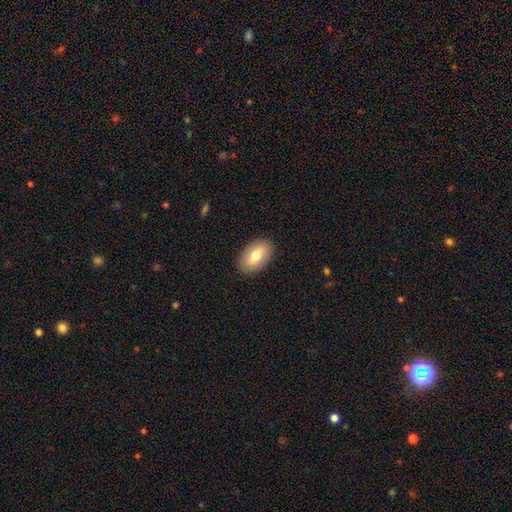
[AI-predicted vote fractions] Smooth or featured? Predicted: smooth (p=0.76). How rounded? Predicted: in between (p=0.92). Merging? Predicted: none (p=0.89).